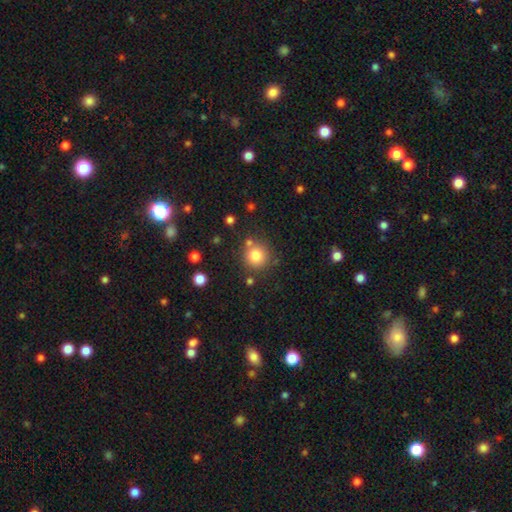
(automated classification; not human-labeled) Smooth or featured? Predicted: smooth (p=0.80). How rounded? Predicted: round (p=0.92). Merging? Predicted: none (p=0.77).